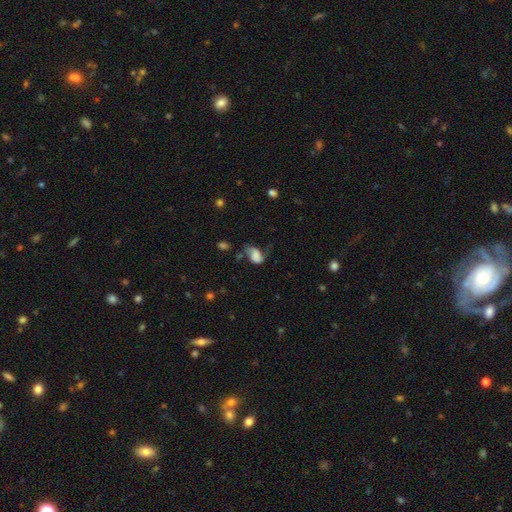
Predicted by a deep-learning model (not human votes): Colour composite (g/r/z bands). It shows a smooth galaxy with no disk features (55%) that is in between round and cigar-shaped (82%). Merging: major disturbance (34%).